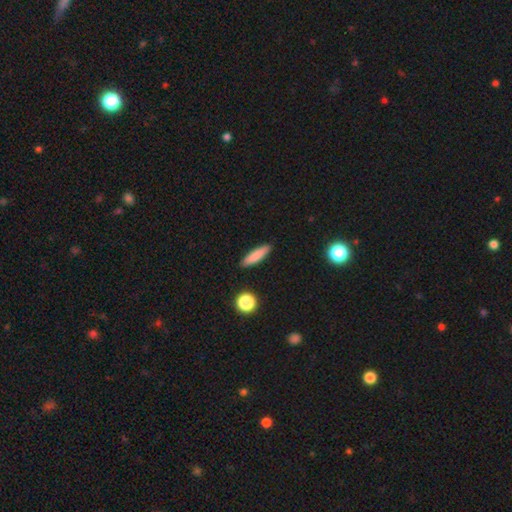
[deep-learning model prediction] smooth-or-featured: smooth: 82% | featured or disk: 11% | star or artifact: 8%
  how-rounded: cigar-shaped: 77% | in between: 20% | round: 2%
  merging: none: 90% | minor disturbance: 7% | major disturbance: 2% | merger: 1%